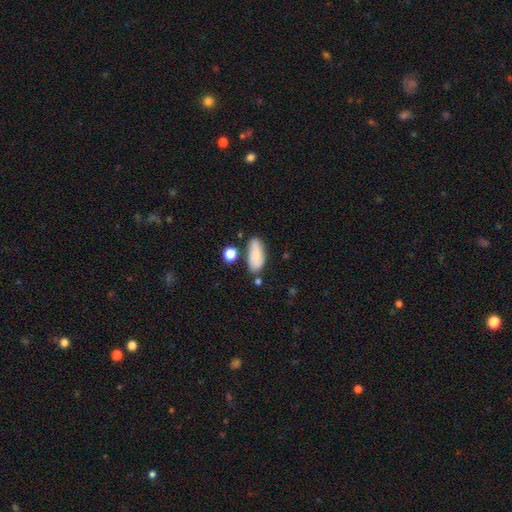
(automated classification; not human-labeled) The model was most divided on "merging": none: 63%, minor disturbance: 21%, merger: 11%, major disturbance: 6%. More confident: how rounded — in between (85%); smooth or featured — smooth (77%).